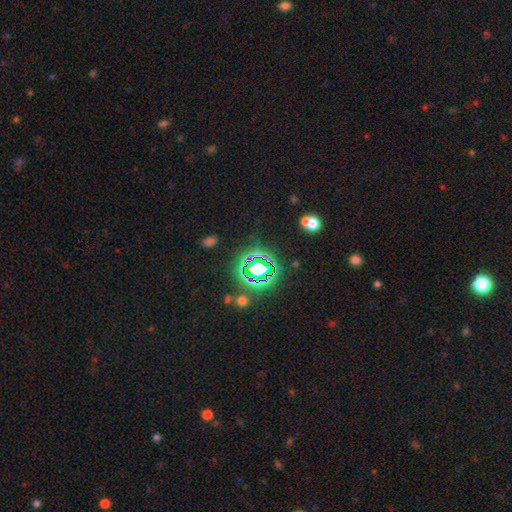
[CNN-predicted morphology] smooth-or-featured: star or artifact: 79% | smooth: 14% | featured or disk: 7%